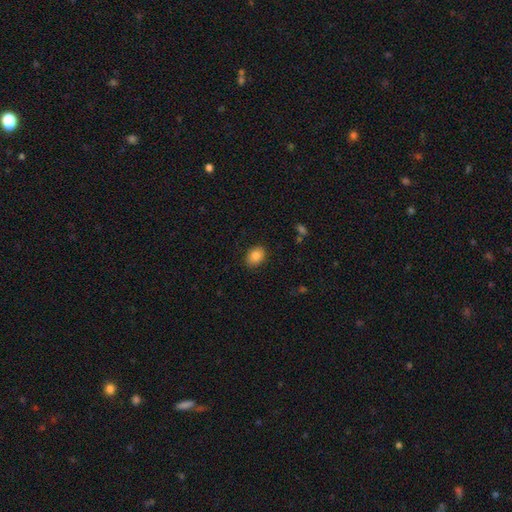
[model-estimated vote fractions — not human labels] smooth-or-featured: smooth: 87% | star or artifact: 8% | featured or disk: 5%
  how-rounded: in between: 71% | round: 28% | cigar-shaped: 1%
  merging: none: 86% | minor disturbance: 10% | major disturbance: 3% | merger: 1%